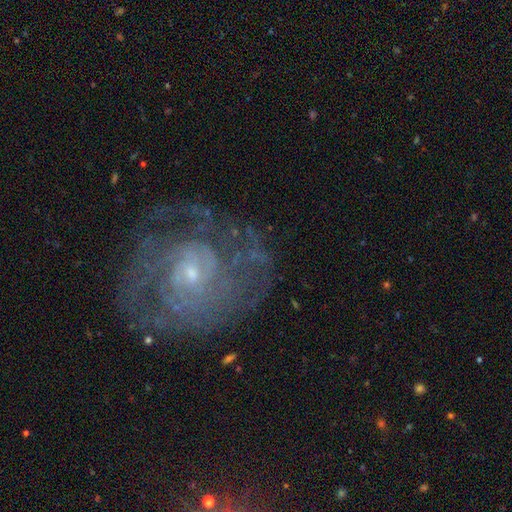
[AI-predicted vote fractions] A featured or disk galaxy (83%) with no bar (62%), tight (61%) spiral arms (91%) and a small central bulge (73%).

Vote fractions:
- Smooth or featured? featured or disk: 83% / smooth: 9% / star or artifact: 8%
- Edge-on disk? no: 97% / yes: 3%
- Bar? no: 62% / weak: 32% / strong: 6%
- Spiral arms? yes: 91% / no: 9%
- Spiral winding? tight: 61% / medium: 29% / loose: 9%
- Spiral arm count? can't tell: 40% / 2: 23% / 3: 14% / 4: 10% / more than 4: 7% / 1: 6%
- Bulge size? small: 73% / moderate: 22% / none: 2% / large: 2% / dominant: 1%
- Merging? none: 66% / minor disturbance: 17% / major disturbance: 15% / merger: 2%